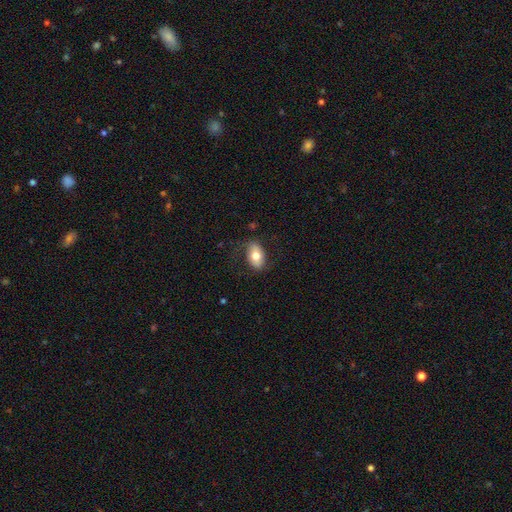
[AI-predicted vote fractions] Q: Smooth or featured?
A: smooth (67%); runner-up: featured or disk (26%)
Q: How rounded?
A: in between (90%); runner-up: round (8%)
Q: Merging?
A: none (73%); runner-up: minor disturbance (18%)